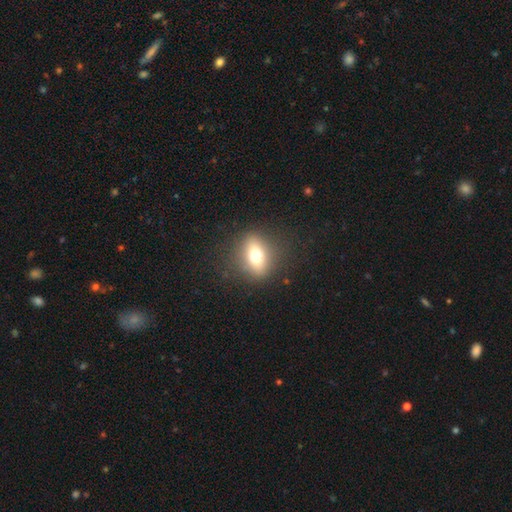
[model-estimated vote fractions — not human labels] Smooth or featured? smooth (63%)
How rounded? in between (51%)
Merging? none (85%)